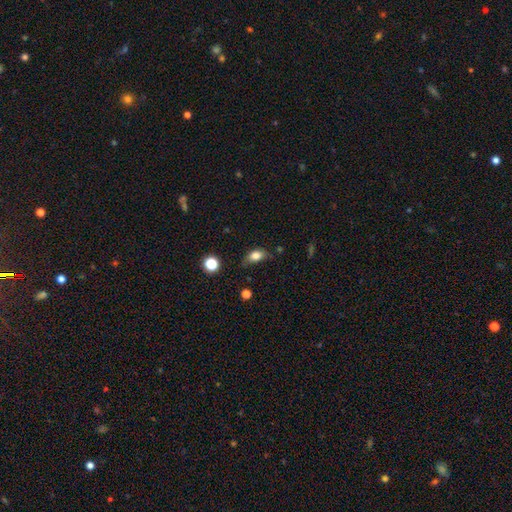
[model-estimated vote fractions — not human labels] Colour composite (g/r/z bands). It shows a smooth galaxy with no disk features (81%) that is in between round and cigar-shaped (81%). Merging: none (54%).